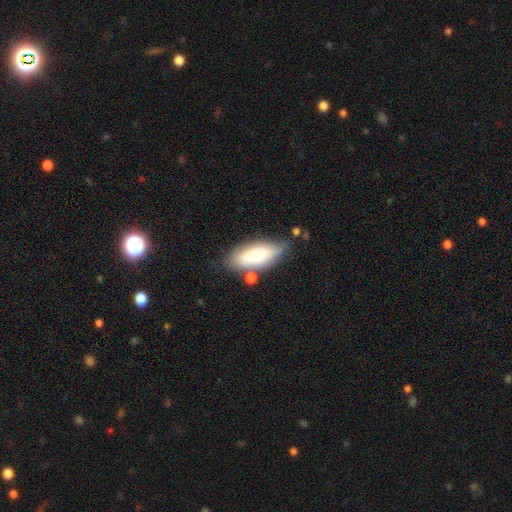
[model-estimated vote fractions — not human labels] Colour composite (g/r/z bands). It shows a smooth galaxy with no disk features (76%) that is in between round and cigar-shaped (80%). Merging: none (63%).